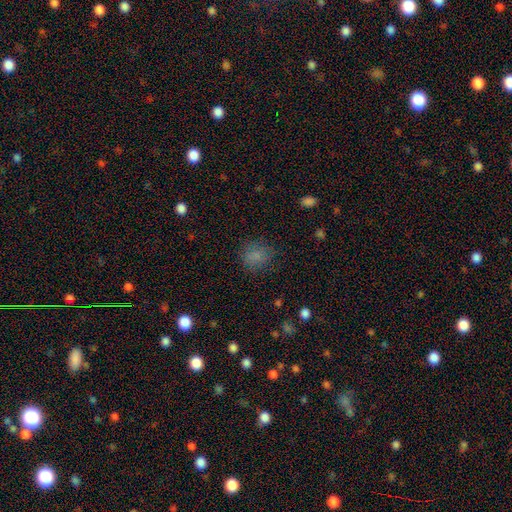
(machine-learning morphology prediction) This is likely a smooth galaxy (79%). How rounded: likely round (72%). Merging: likely none (77%).